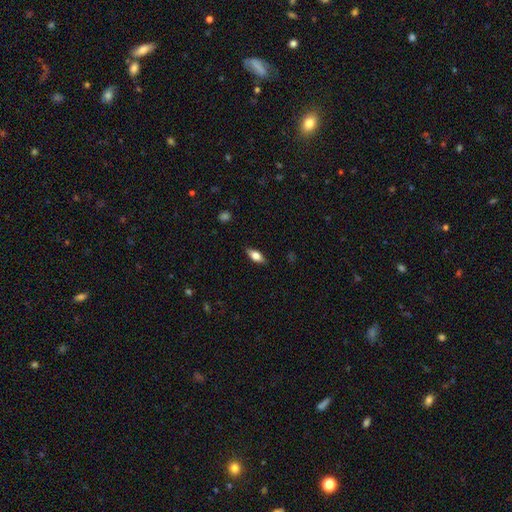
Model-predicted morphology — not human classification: Smooth or featured: smooth — 69% (featured or disk — 24%)
How rounded: in between — 80% (cigar-shaped — 16%)
Merging: none — 86% (minor disturbance — 11%)